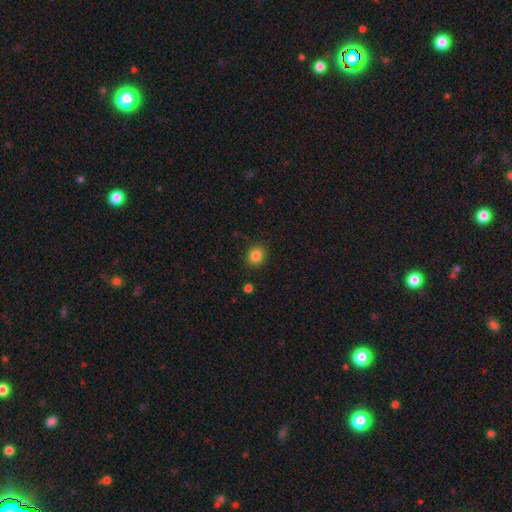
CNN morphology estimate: A smooth galaxy with no disk features (85%) that is round (75%).

Vote fractions:
- Smooth or featured? smooth: 85% / star or artifact: 11% / featured or disk: 5%
- How rounded? round: 75% / in between: 24% / cigar-shaped: 1%
- Merging? none: 89% / minor disturbance: 7% / major disturbance: 2% / merger: 1%